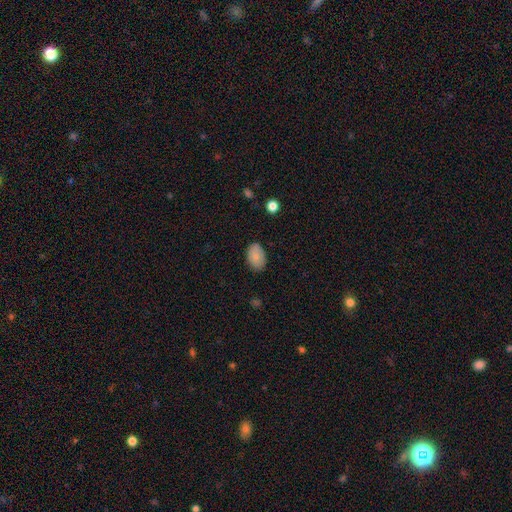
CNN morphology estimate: A smooth galaxy with no disk features (86%) that is in between round and cigar-shaped (90%). Merging: none (83%).